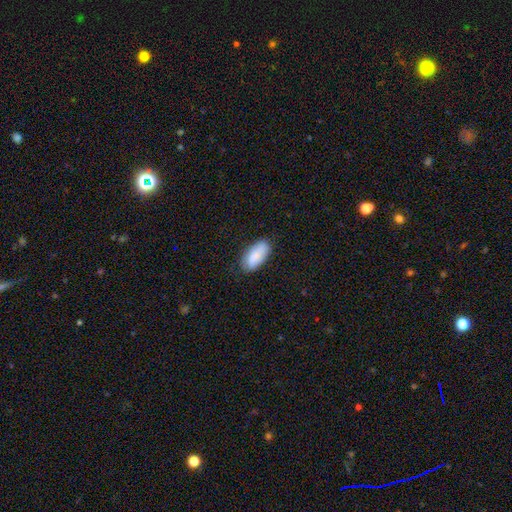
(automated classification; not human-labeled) This is clearly a smooth galaxy (85%). How rounded: clearly in between (91%). Merging: likely none (76%).